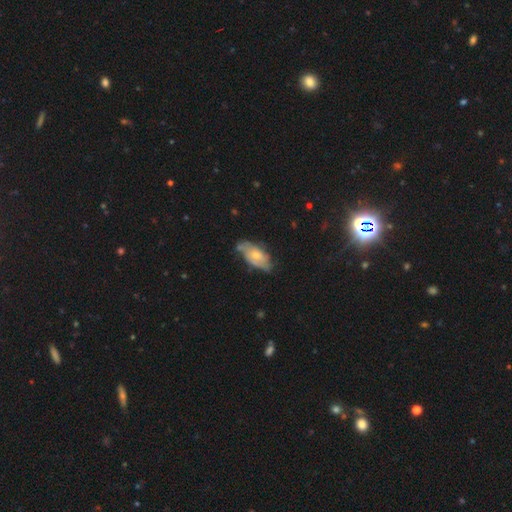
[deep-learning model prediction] Smooth or featured? Predicted: featured or disk (p=0.48). Merging? Predicted: none (p=0.50).